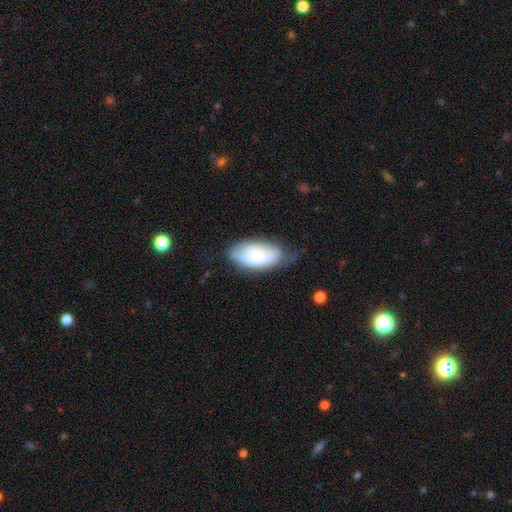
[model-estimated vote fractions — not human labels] Smooth or featured: smooth — 67% (featured or disk — 26%)
How rounded: in between — 94% (round — 3%)
Merging: none — 49% (minor disturbance — 35%)